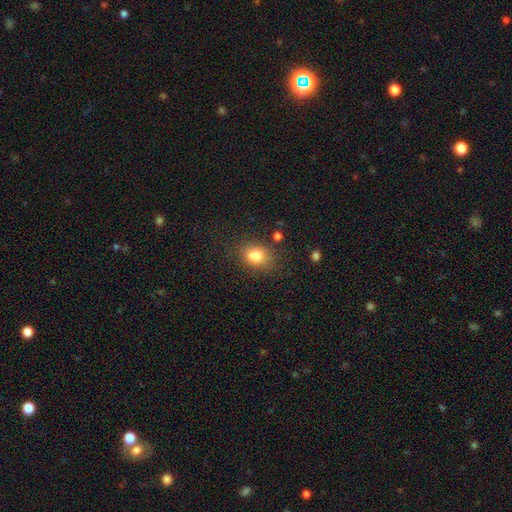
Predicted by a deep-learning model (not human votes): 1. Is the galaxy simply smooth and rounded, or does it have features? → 78% smooth, 11% star or artifact, 10% featured or disk.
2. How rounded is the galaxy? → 56% in between, 43% round, 1% cigar-shaped.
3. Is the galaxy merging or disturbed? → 66% none, 18% minor disturbance, 11% merger, 5% major disturbance.